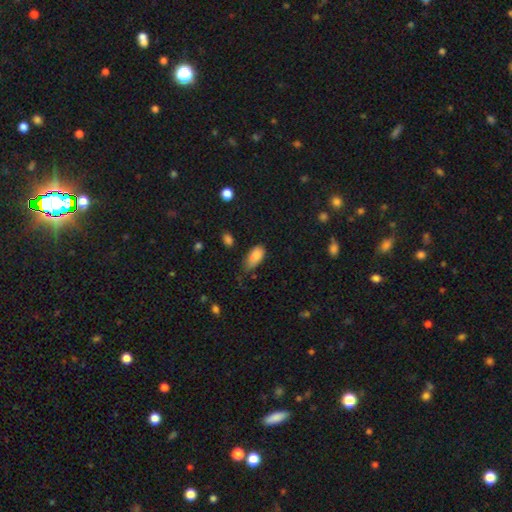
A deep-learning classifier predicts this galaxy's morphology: smooth-or-featured: smooth: 86% | star or artifact: 8% | featured or disk: 6%
  how-rounded: in between: 92% | cigar-shaped: 5% | round: 3%
  merging: none: 47% | minor disturbance: 40% | major disturbance: 10% | merger: 3%